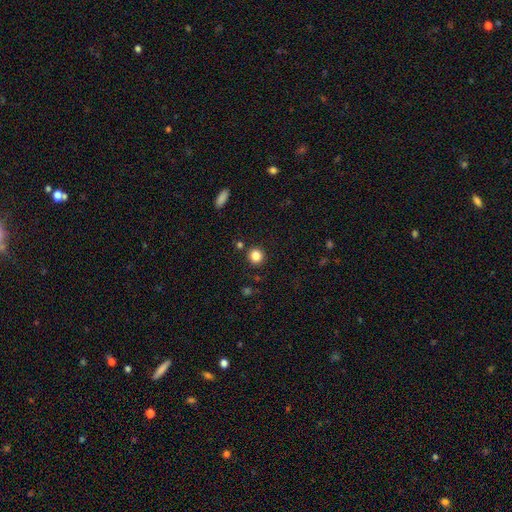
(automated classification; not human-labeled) smooth 84%, star or artifact 11%, featured or disk 5%. Down the decision tree: how rounded — round (92%); merging — none (88%).